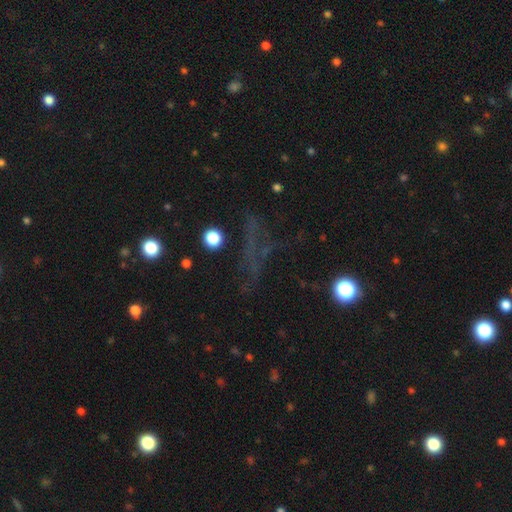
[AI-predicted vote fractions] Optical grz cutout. It shows a star or artifact, not a galaxy (49%).